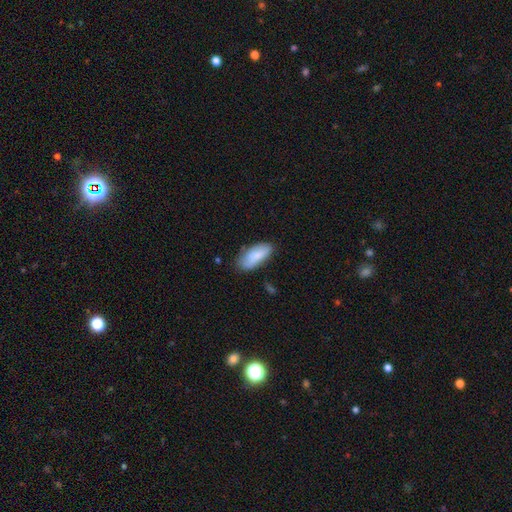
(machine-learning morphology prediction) The model was most divided on "merging": none: 64%, minor disturbance: 27%, major disturbance: 6%, merger: 3%. More confident: how rounded — in between (87%); smooth or featured — smooth (81%).